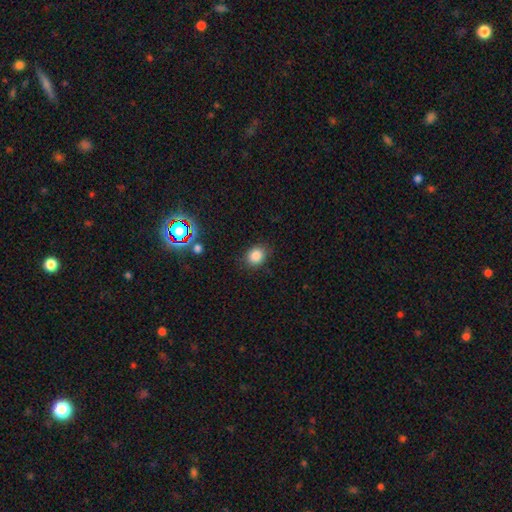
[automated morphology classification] A smooth galaxy with no disk features (84%) that is round (61%).

Vote fractions:
- Smooth or featured? smooth: 84% / star or artifact: 11% / featured or disk: 5%
- How rounded? round: 61% / in between: 38% / cigar-shaped: 1%
- Merging? none: 84% / minor disturbance: 12% / major disturbance: 3% / merger: 1%